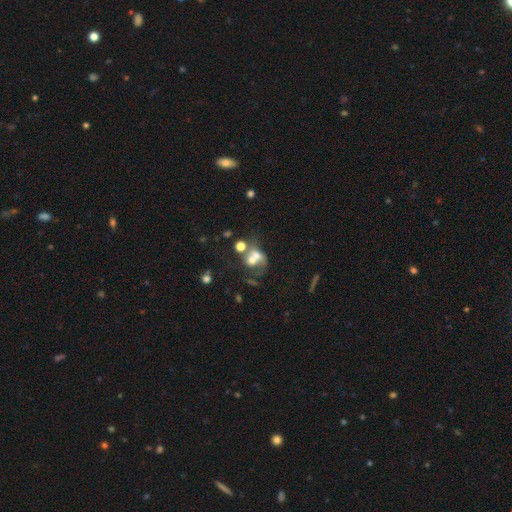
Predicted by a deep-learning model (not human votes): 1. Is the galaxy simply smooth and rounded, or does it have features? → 48% smooth, 37% featured or disk, 15% star or artifact.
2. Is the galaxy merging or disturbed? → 60% merger, 20% none, 12% major disturbance, 8% minor disturbance.